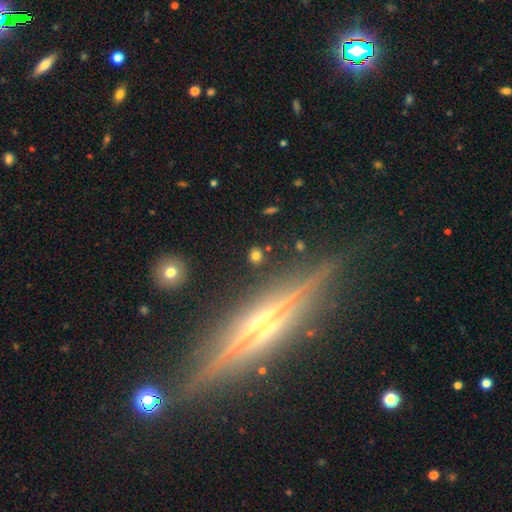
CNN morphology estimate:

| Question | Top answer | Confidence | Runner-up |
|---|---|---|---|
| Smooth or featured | smooth | 70% | star or artifact (20%) |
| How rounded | round | 78% | in between (19%) |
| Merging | none | 87% | minor disturbance (7%) |